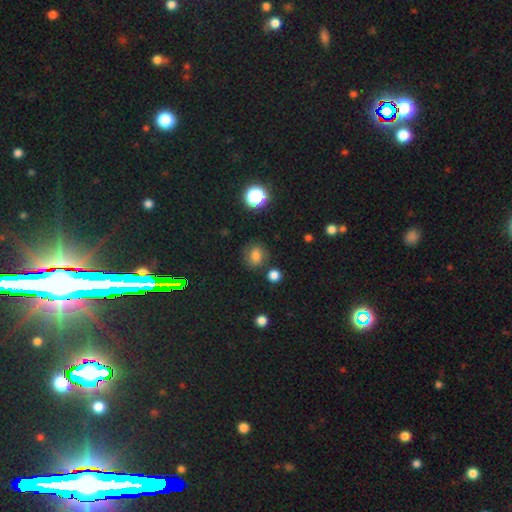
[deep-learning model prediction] Smooth or featured?
  - smooth: 70% *
  - star or artifact: 17%
  - featured or disk: 13%
How rounded?
  - round: 59% *
  - in between: 39%
  - cigar-shaped: 1%
Merging?
  - none: 75% *
  - minor disturbance: 15%
  - major disturbance: 5%
  - merger: 4%